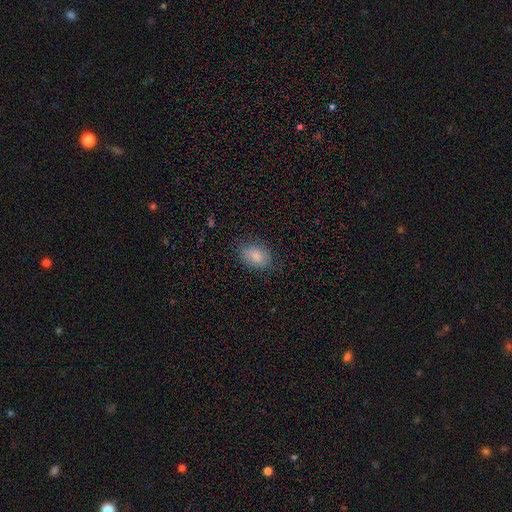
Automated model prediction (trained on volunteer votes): This appears to be a smooth galaxy with no disk features (82%) that is in between round and cigar-shaped (77%). Merging: none (75%).